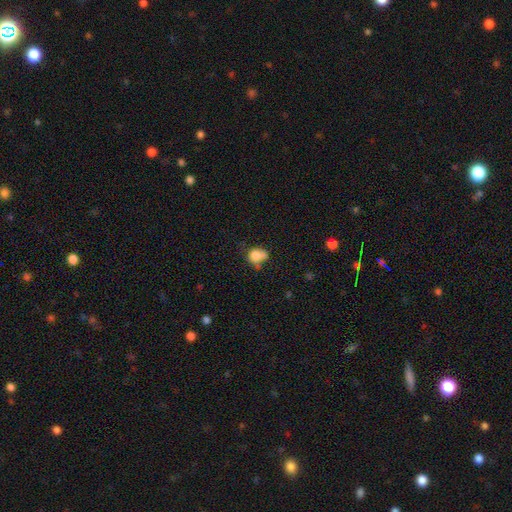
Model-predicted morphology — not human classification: Smooth or featured: smooth — 77% (featured or disk — 12%)
How rounded: round — 68% (in between — 31%)
Merging: none — 37% (merger — 33%)